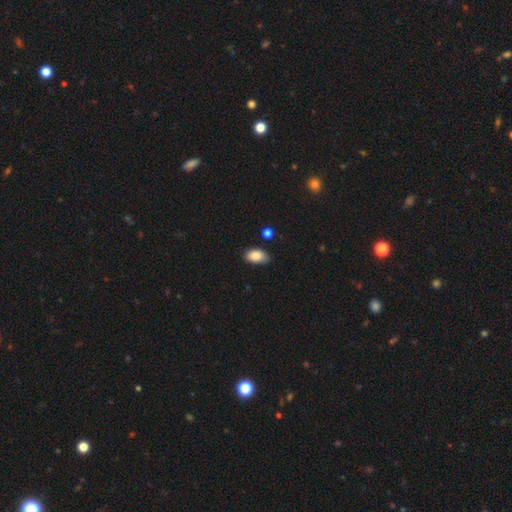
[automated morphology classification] Smooth or featured?
  - smooth: 87% *
  - star or artifact: 8%
  - featured or disk: 6%
How rounded?
  - in between: 93% *
  - round: 6%
  - cigar-shaped: 2%
Merging?
  - none: 76% *
  - minor disturbance: 19%
  - major disturbance: 3%
  - merger: 3%